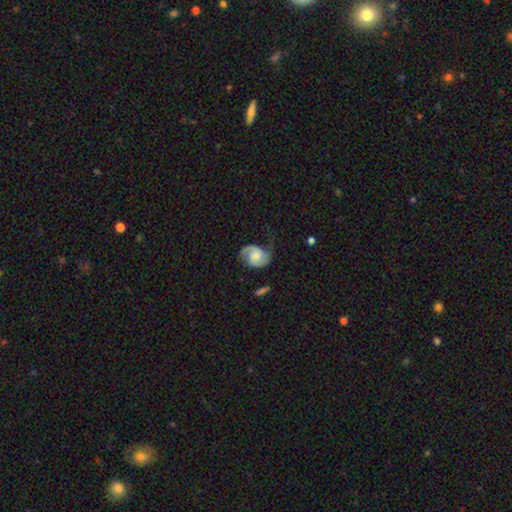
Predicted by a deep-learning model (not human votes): Smooth or featured? featured or disk (80%)
Edge-on disk? no (98%)
Bar? no (55%)
Spiral arms? yes (96%)
Spiral winding? medium (48%)
Spiral arm count? 2 (86%)
Bulge size? moderate (41%)
Merging? none (58%)